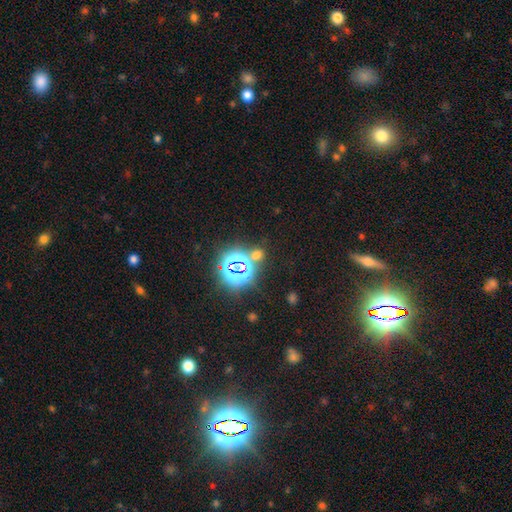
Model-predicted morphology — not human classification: star or artifact 59%, smooth 34%, featured or disk 7%.